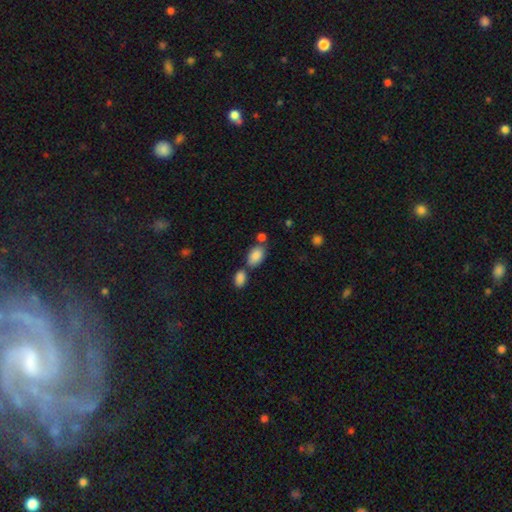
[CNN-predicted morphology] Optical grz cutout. It shows a smooth galaxy with no disk features (87%) that is in between round and cigar-shaped (91%). Merging: none (54%).